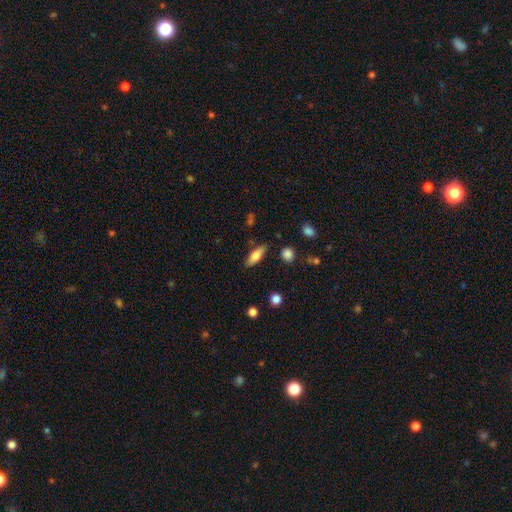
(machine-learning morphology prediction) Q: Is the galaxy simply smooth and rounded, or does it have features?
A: smooth — 66%.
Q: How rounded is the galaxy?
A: in between — 57%.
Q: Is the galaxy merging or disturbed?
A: none — 81%.